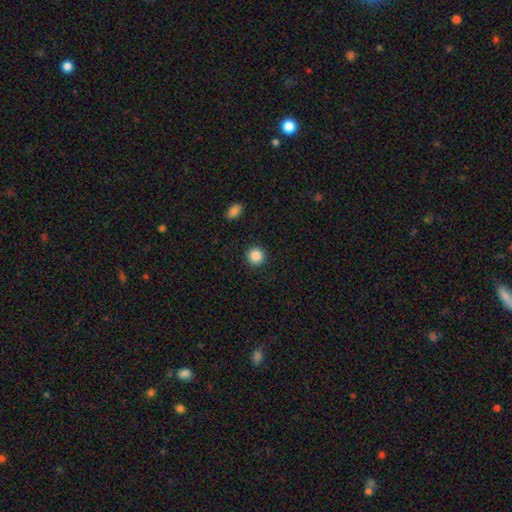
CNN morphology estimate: This appears to be a smooth galaxy with no disk features (88%) that is round (94%). Merging: none (92%).